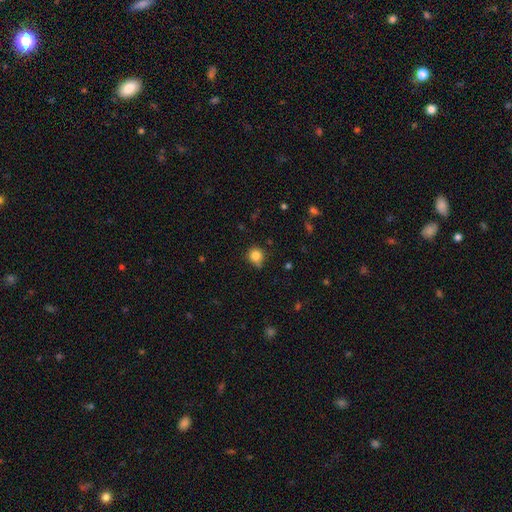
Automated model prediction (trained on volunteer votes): smooth_or_featured: smooth (p=0.82) [alt: star or artifact p=0.12]
how_rounded: round (p=0.88) [alt: in between p=0.11]
merging: none (p=0.64) [alt: minor disturbance p=0.26]